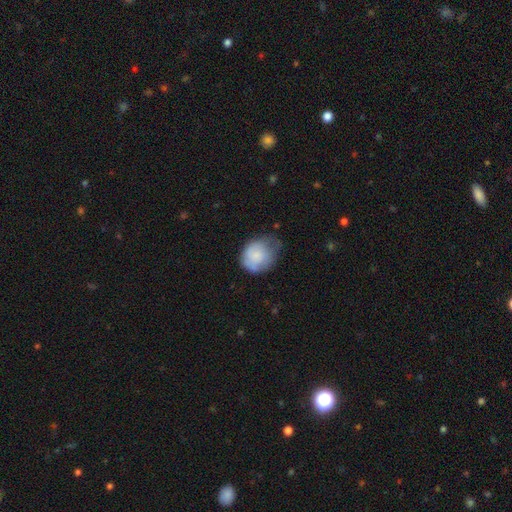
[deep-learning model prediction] Q: Smooth or featured?
A: smooth (74%); runner-up: featured or disk (19%)
Q: How rounded?
A: round (61%); runner-up: in between (38%)
Q: Merging?
A: minor disturbance (43%); runner-up: none (35%)